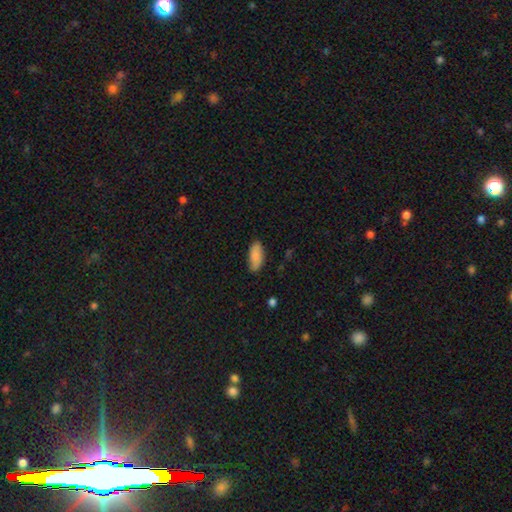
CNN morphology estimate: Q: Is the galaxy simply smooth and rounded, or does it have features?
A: smooth — 83%.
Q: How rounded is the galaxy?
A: in between — 85%.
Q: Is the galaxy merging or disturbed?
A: none — 81%.